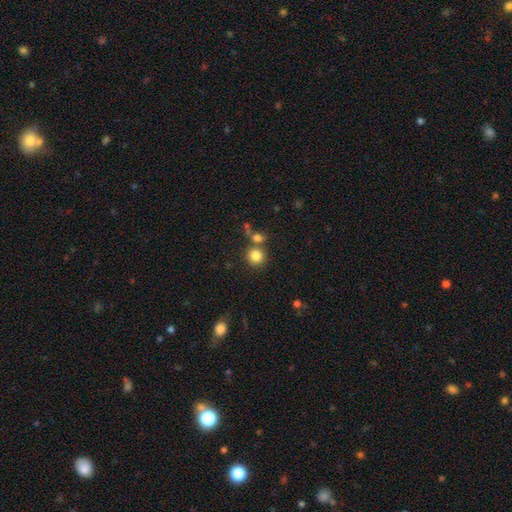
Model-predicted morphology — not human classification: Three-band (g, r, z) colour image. It shows a smooth galaxy with no disk features (82%) that is round (88%). Merging: none (70%).